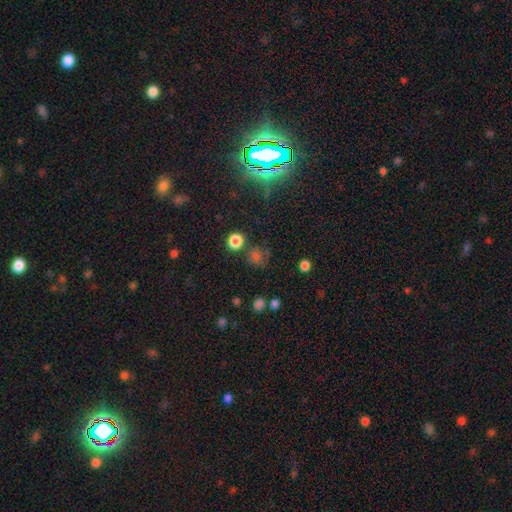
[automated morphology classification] smooth_or_featured: star or artifact (p=0.48) [alt: smooth p=0.44]